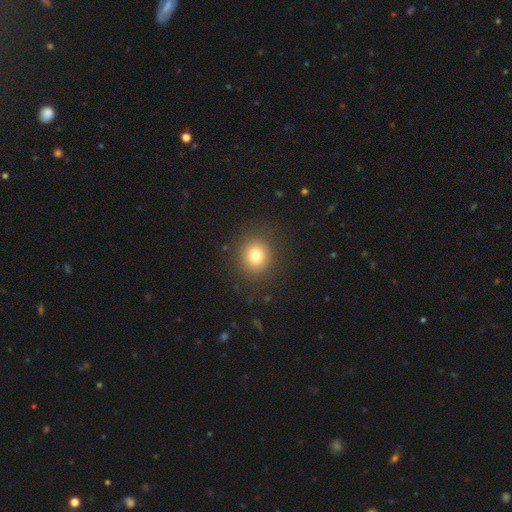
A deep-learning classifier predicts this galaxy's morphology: The model was most divided on "smooth or featured": smooth: 78%, star or artifact: 13%, featured or disk: 10%. More confident: merging — none (88%); how rounded — round (84%).